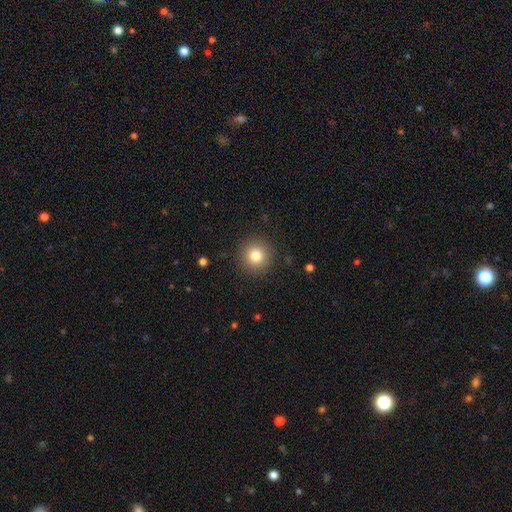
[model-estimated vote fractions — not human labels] Overall: smooth (82%). How rounded: round (95%). Merging: none (90%).